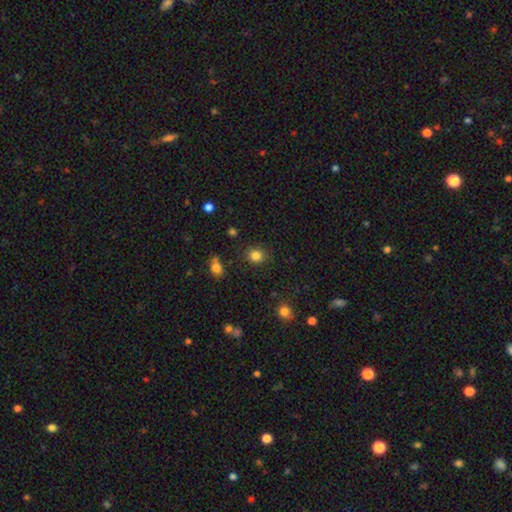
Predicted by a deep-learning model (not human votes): This appears to be a smooth galaxy with no disk features (84%) that is round (76%). Merging: none (85%).